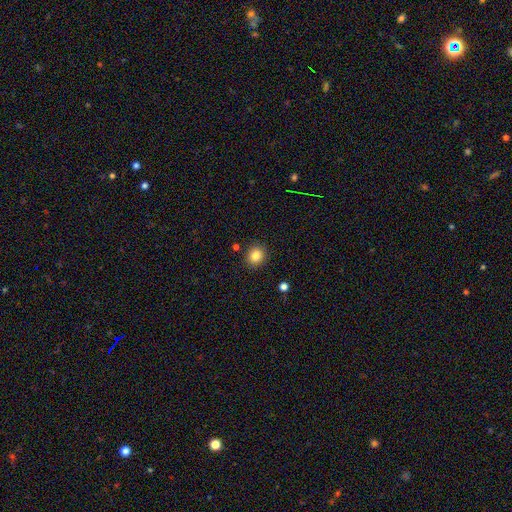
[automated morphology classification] A smooth galaxy with no disk features (83%) that is round (80%).

Vote fractions:
- Smooth or featured? smooth: 83% / star or artifact: 11% / featured or disk: 6%
- How rounded? round: 80% / in between: 19% / cigar-shaped: 1%
- Merging? none: 89% / minor disturbance: 7% / merger: 2% / major disturbance: 2%